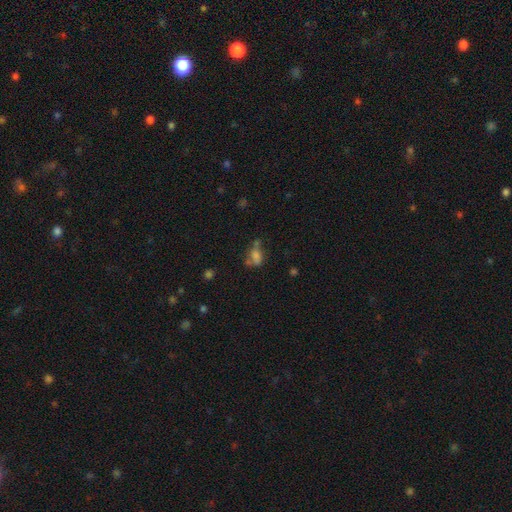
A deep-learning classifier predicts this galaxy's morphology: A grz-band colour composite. It shows a smooth galaxy with no disk features (61%) that is in between round and cigar-shaped (75%). Merging: none (33%).